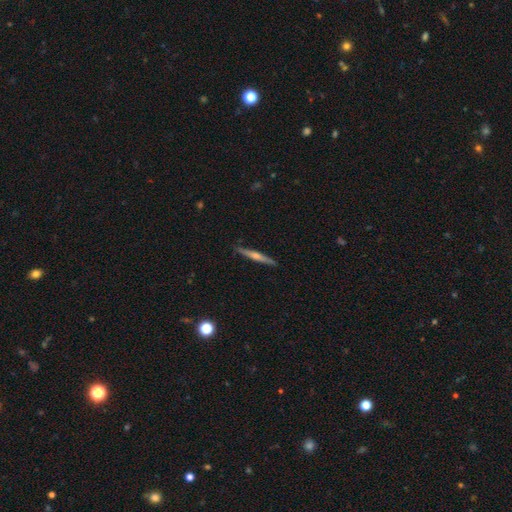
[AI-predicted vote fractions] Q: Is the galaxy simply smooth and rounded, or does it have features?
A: featured or disk — 67%.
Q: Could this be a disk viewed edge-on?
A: yes — 98%.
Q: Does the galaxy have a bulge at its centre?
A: rounded — 81%.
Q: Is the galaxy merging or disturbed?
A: none — 91%.